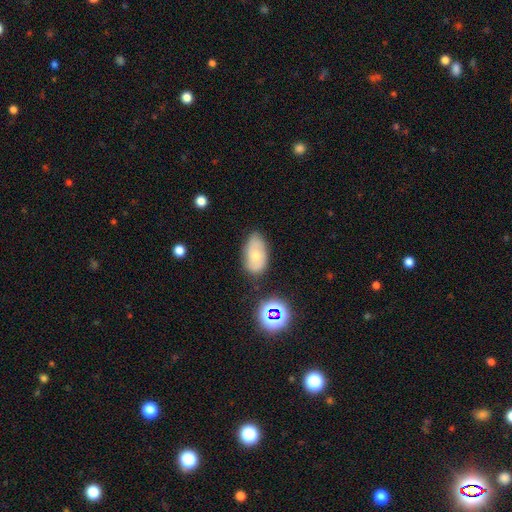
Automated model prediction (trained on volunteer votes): A smooth galaxy with no disk features (58%) that is in between round and cigar-shaped (91%). Merging: none (68%).